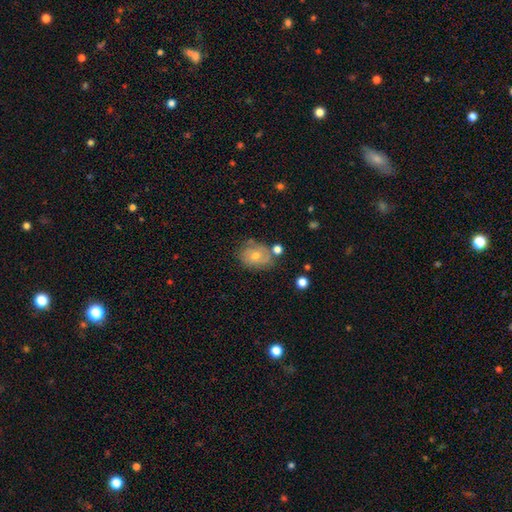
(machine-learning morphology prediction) Overall: smooth (47%; featured or disk 41%). Merging: none (67%).